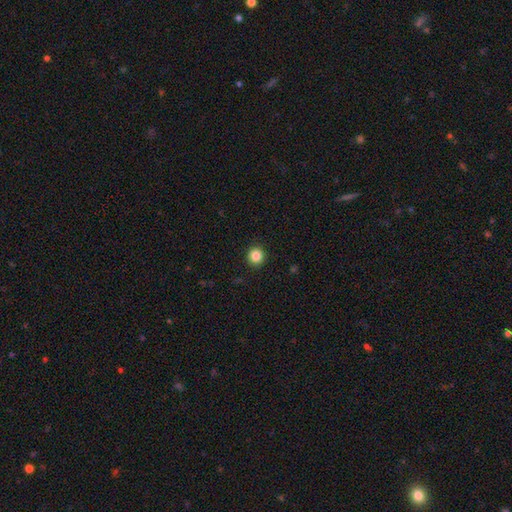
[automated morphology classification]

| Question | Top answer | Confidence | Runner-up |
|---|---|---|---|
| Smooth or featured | smooth | 85% | star or artifact (11%) |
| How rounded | round | 93% | in between (6%) |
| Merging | none | 92% | minor disturbance (5%) |